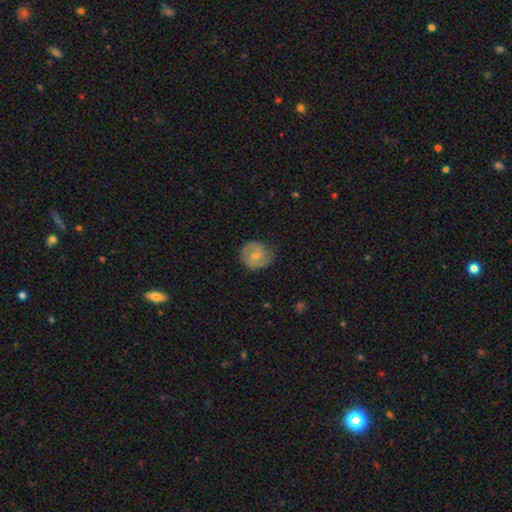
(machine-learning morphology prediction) Q: Smooth or featured?
A: featured or disk (67%); runner-up: smooth (27%)
Q: Edge-on disk?
A: no (98%); runner-up: yes (2%)
Q: Bar?
A: no (55%); runner-up: weak (39%)
Q: Spiral arms?
A: yes (91%); runner-up: no (9%)
Q: Spiral winding?
A: medium (44%); runner-up: tight (43%)
Q: Spiral arm count?
A: 2 (81%); runner-up: can't tell (10%)
Q: Bulge size?
A: small (59%); runner-up: moderate (36%)
Q: Merging?
A: none (77%); runner-up: minor disturbance (17%)